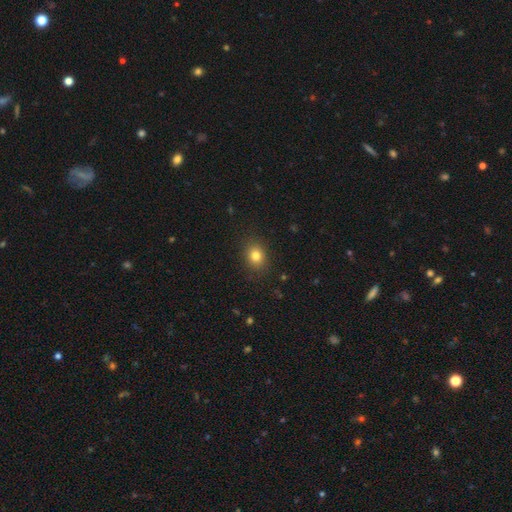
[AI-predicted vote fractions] Q: Smooth or featured?
A: smooth (81%); runner-up: star or artifact (12%)
Q: How rounded?
A: round (56%); runner-up: in between (44%)
Q: Merging?
A: none (88%); runner-up: minor disturbance (9%)